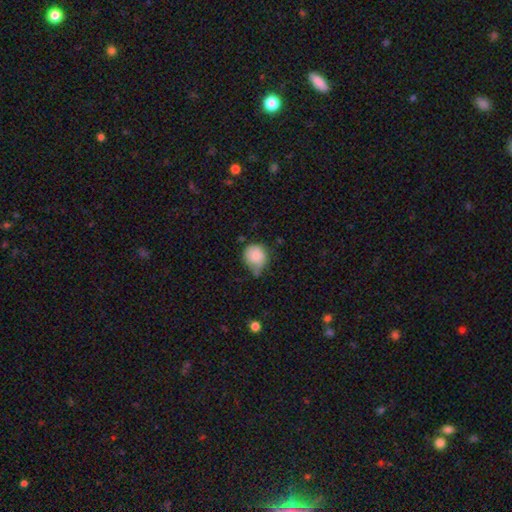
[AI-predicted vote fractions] Smooth or featured?
  - smooth: 85% *
  - star or artifact: 8%
  - featured or disk: 7%
How rounded?
  - round: 82% *
  - in between: 17%
  - cigar-shaped: 1%
Merging?
  - none: 44% *
  - minor disturbance: 40%
  - major disturbance: 9%
  - merger: 7%